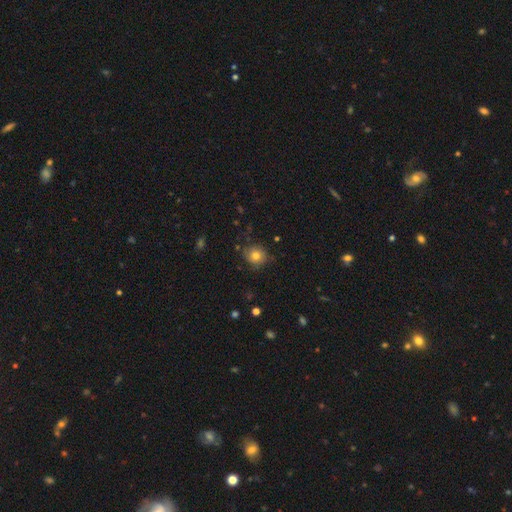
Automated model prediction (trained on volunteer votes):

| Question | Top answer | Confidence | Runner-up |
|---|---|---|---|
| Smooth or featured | smooth | 75% | featured or disk (14%) |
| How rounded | round | 86% | in between (13%) |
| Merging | none | 77% | minor disturbance (17%) |